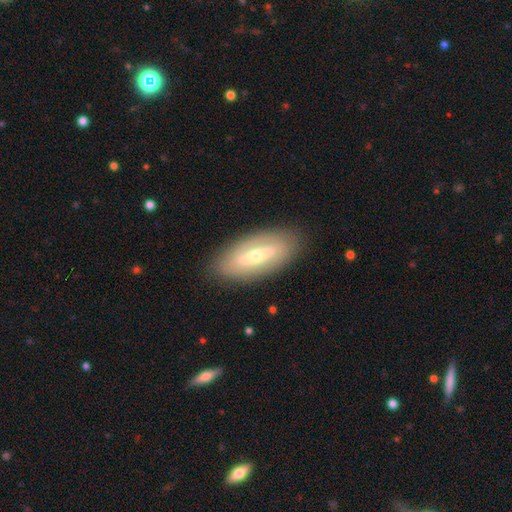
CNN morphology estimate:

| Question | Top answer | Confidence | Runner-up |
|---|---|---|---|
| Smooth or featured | featured or disk | 59% | smooth (35%) |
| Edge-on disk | no | 78% | yes (22%) |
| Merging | none | 85% | minor disturbance (10%) |